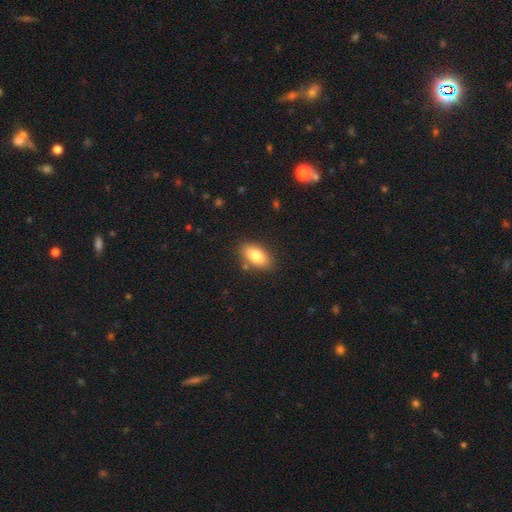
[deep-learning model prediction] Smooth or featured: smooth — 81% (featured or disk — 12%)
How rounded: in between — 90% (cigar-shaped — 5%)
Merging: none — 84% (minor disturbance — 11%)